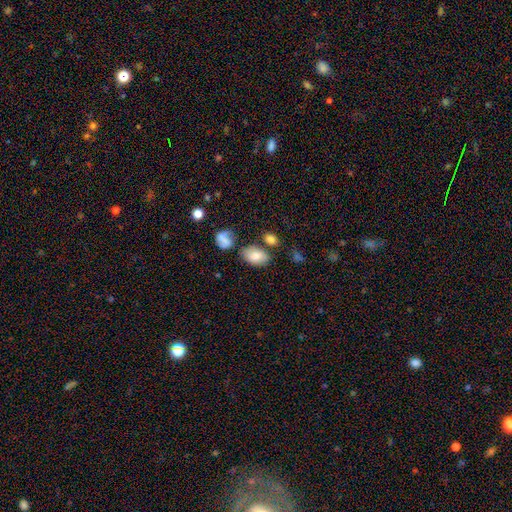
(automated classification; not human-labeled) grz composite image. It shows a smooth galaxy with no disk features (76%) that is in between round and cigar-shaped (86%). Merging: none (66%).